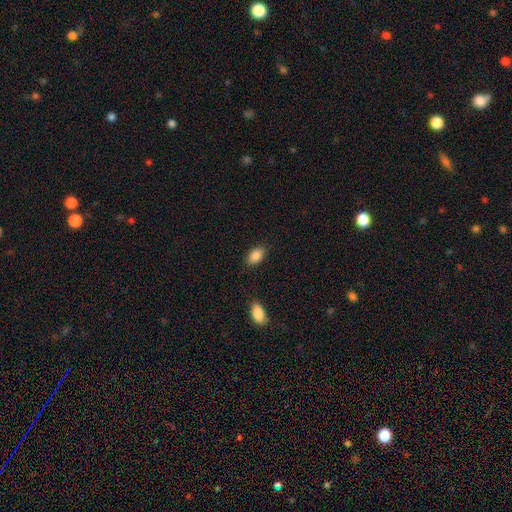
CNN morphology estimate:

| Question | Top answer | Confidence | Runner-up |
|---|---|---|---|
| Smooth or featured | smooth | 87% | star or artifact (7%) |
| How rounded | in between | 92% | round (6%) |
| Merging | none | 86% | minor disturbance (10%) |